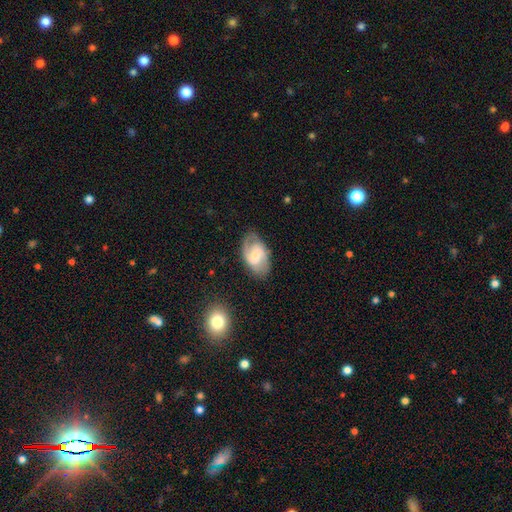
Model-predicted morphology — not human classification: featured or disk 71%, smooth 23%, star or artifact 6%. Down the decision tree: edge-on disk — no (96%); bar — weak (56%); spiral arms — yes (92%); spiral arm count — 2 (78%); spiral winding — medium (50%); bulge size — small (47%); merging — none (76%).